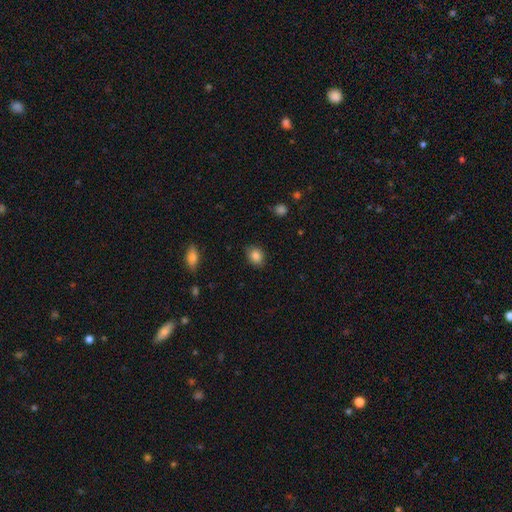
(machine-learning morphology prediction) A smooth galaxy with no disk features (86%) that is in between round and cigar-shaped (53%). Merging: none (83%).